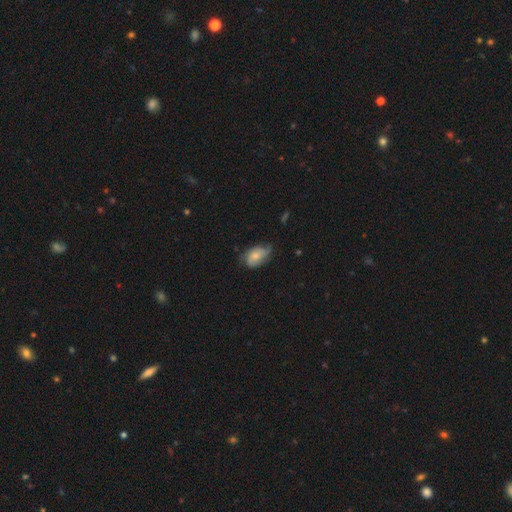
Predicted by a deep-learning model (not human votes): The model was most divided on "smooth or featured": smooth: 49%, featured or disk: 44%, star or artifact: 8%. Remaining: merging — none (49%).